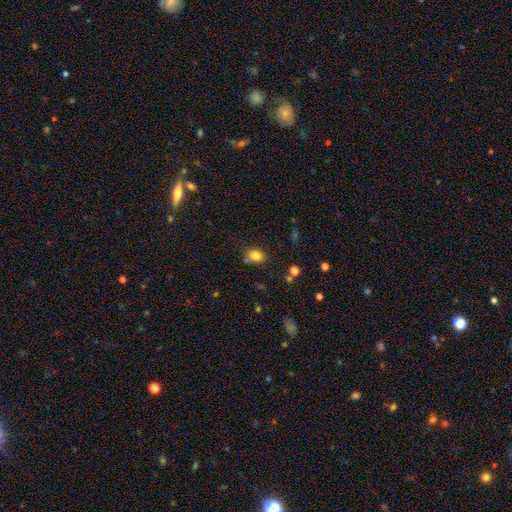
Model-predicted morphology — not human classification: smooth_or_featured: smooth (p=0.81) [alt: star or artifact p=0.11]
how_rounded: in between (p=0.68) [alt: round p=0.30]
merging: none (p=0.72) [alt: minor disturbance p=0.16]